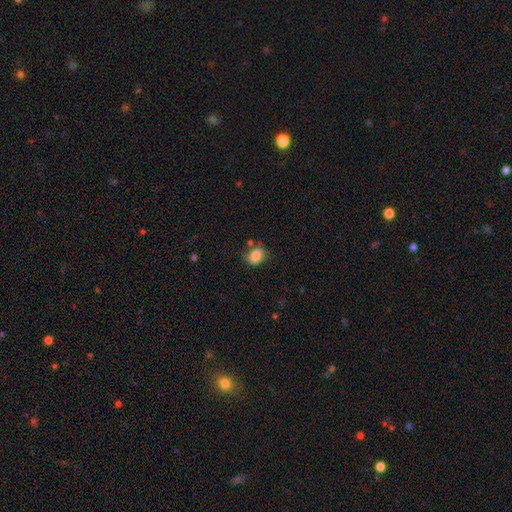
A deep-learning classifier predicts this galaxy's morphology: A smooth galaxy with no disk features (83%) that is in between round and cigar-shaped (62%).

Vote fractions:
- Smooth or featured? smooth: 83% / star or artifact: 9% / featured or disk: 8%
- How rounded? in between: 62% / round: 37% / cigar-shaped: 1%
- Merging? none: 65% / minor disturbance: 21% / merger: 8% / major disturbance: 6%